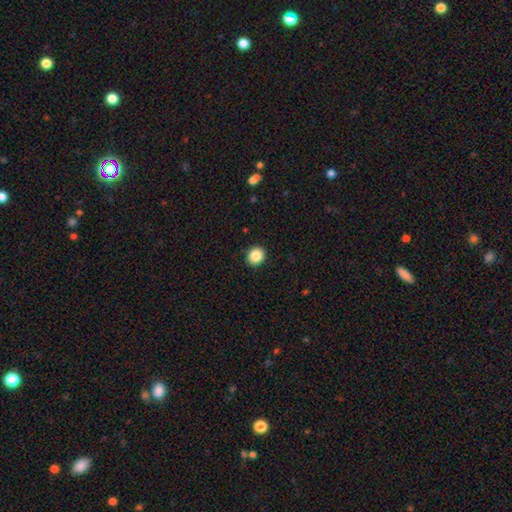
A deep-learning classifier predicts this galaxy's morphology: A smooth galaxy with no disk features (87%) that is round (85%).

Vote fractions:
- Smooth or featured? smooth: 87% / star or artifact: 9% / featured or disk: 4%
- How rounded? round: 85% / in between: 14% / cigar-shaped: 1%
- Merging? none: 92% / minor disturbance: 6% / major disturbance: 2% / merger: 1%